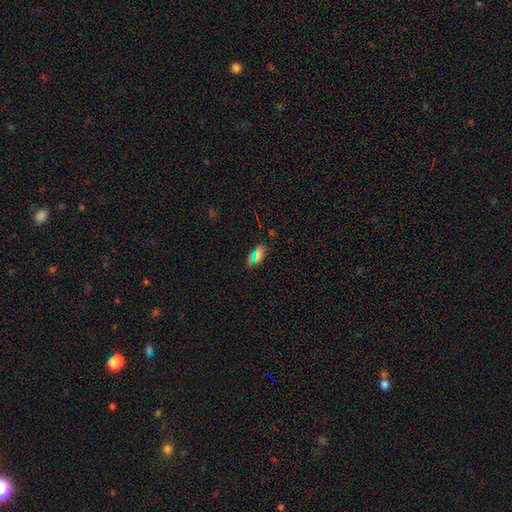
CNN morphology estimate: A smooth galaxy with no disk features (62%) that is in between round and cigar-shaped (84%). Merging: none (78%).